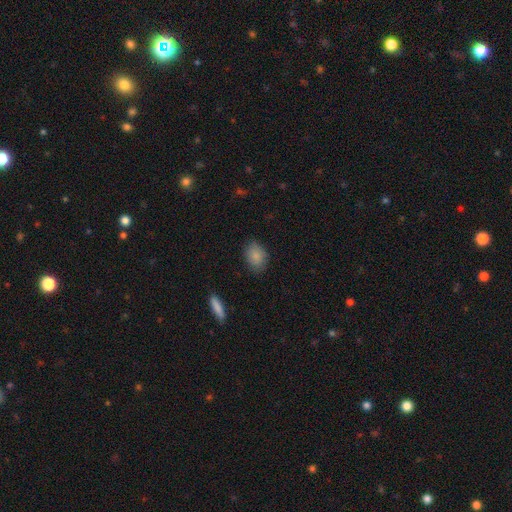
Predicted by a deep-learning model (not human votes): Overall: smooth (86%). How rounded: in between (71%). Merging: none (80%).